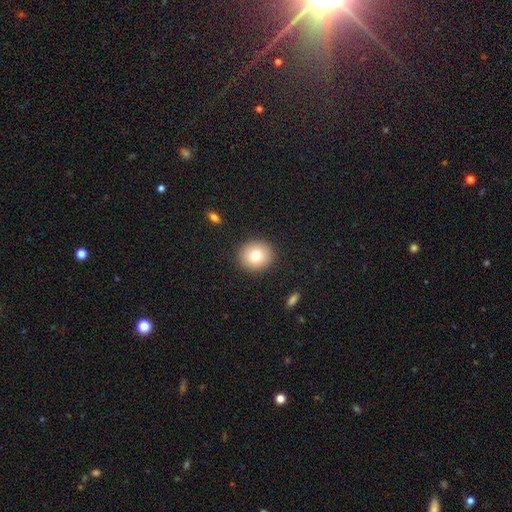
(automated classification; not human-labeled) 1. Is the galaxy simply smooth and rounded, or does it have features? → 76% smooth, 13% featured or disk, 11% star or artifact.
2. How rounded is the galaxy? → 85% round, 14% in between, 1% cigar-shaped.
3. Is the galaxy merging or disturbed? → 91% none, 6% minor disturbance, 2% major disturbance, 1% merger.